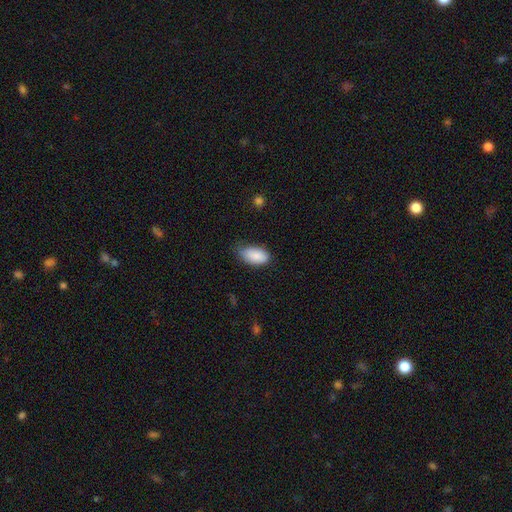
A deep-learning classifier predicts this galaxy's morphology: Smooth or featured? Predicted: smooth (p=0.88). How rounded? Predicted: in between (p=0.94). Merging? Predicted: none (p=0.55).